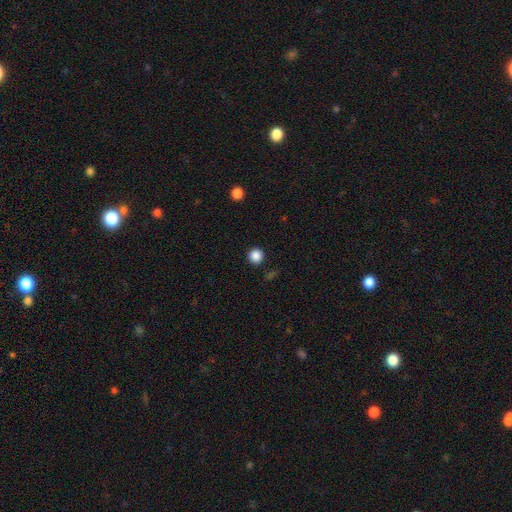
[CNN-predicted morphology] smooth-or-featured: smooth: 86% | star or artifact: 11% | featured or disk: 3%
  how-rounded: round: 96% | in between: 3% | cigar-shaped: 1%
  merging: none: 92% | minor disturbance: 5% | major disturbance: 2% | merger: 1%